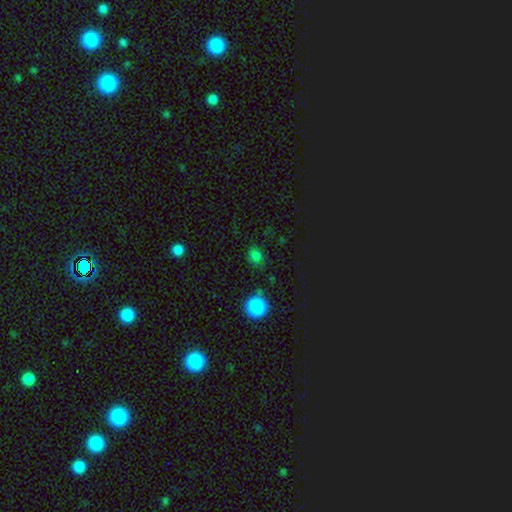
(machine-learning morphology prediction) This is likely a smooth galaxy (75%). How rounded: likely round (74%). Merging: likely none (79%).